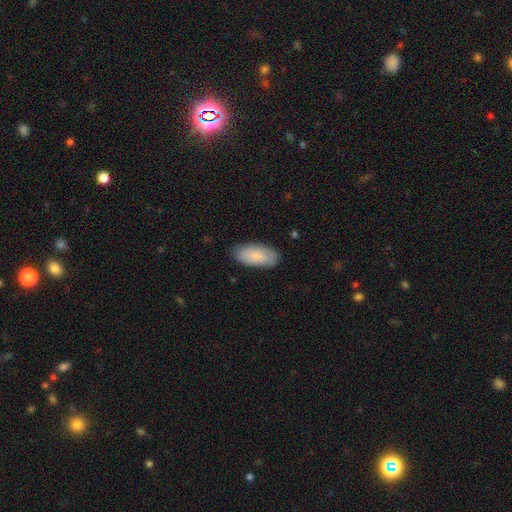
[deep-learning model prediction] Q: Smooth or featured?
A: smooth (87%); runner-up: featured or disk (8%)
Q: How rounded?
A: in between (91%); runner-up: cigar-shaped (7%)
Q: Merging?
A: none (83%); runner-up: minor disturbance (13%)